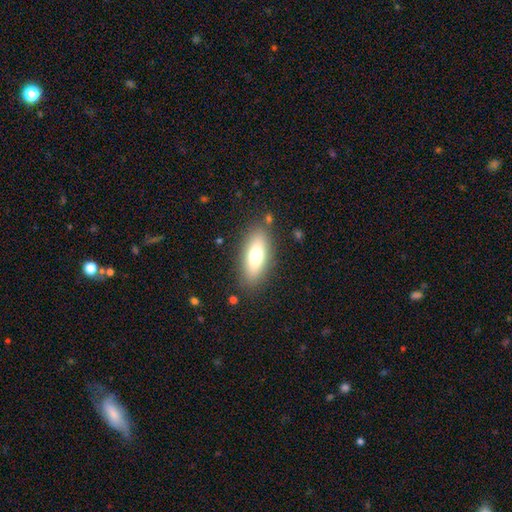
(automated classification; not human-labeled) smooth-or-featured: smooth: 73% | featured or disk: 20% | star or artifact: 7%
  how-rounded: in between: 75% | cigar-shaped: 22% | round: 3%
  merging: none: 84% | minor disturbance: 11% | major disturbance: 3% | merger: 2%